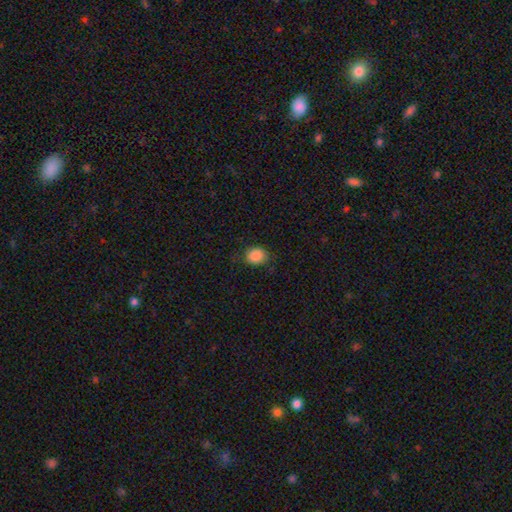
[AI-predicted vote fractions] Smooth or featured? Predicted: smooth (p=0.87). How rounded? Predicted: round (p=0.65). Merging? Predicted: none (p=0.78).